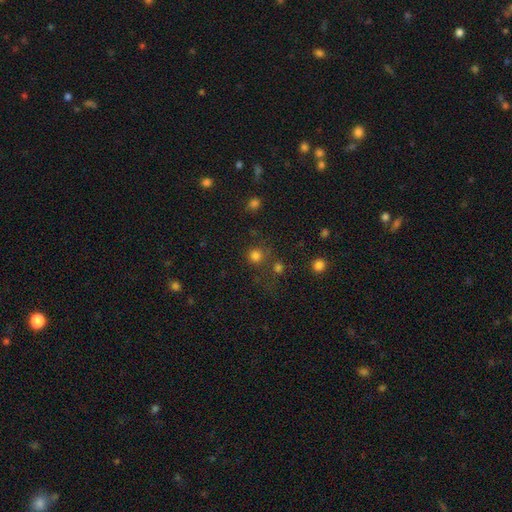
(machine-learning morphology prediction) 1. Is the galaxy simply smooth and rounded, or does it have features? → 77% smooth, 17% star or artifact, 5% featured or disk.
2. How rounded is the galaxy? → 92% round, 7% in between, 1% cigar-shaped.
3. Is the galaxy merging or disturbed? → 70% none, 13% merger, 10% minor disturbance, 7% major disturbance.